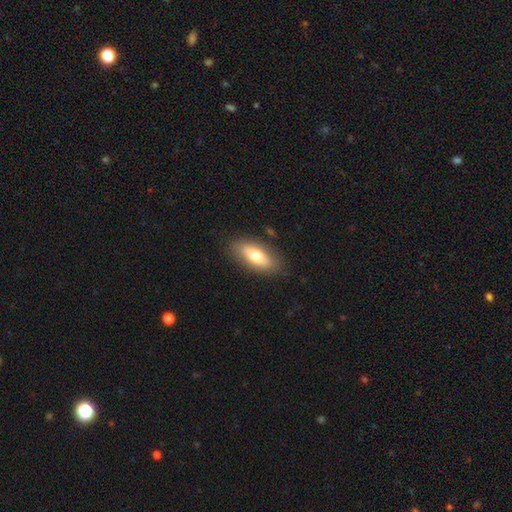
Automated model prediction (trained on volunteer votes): This appears to be a smooth galaxy with no disk features (70%) that is in between round and cigar-shaped (79%). Merging: none (84%).